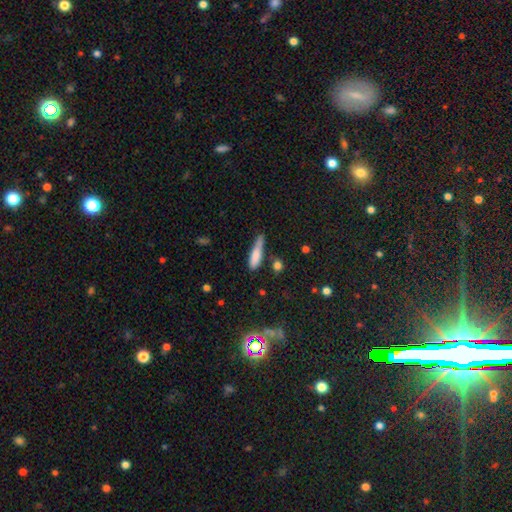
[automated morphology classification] type=smooth (77%); roundness=cigar-shaped (75%); merging=none (50%).